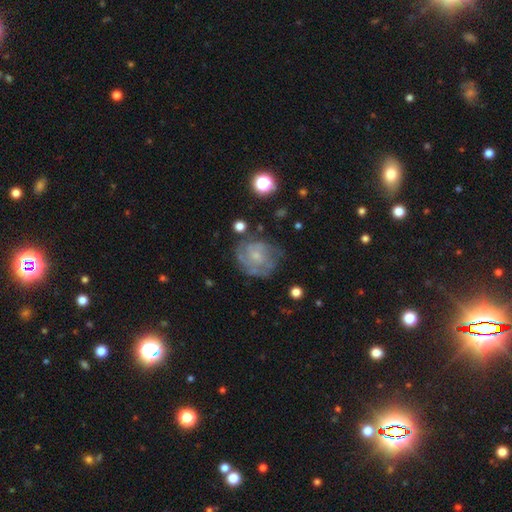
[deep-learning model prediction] Smooth or featured? featured or disk (74%)
Edge-on disk? no (98%)
Bar? no (72%)
Spiral arms? yes (85%)
Spiral winding? tight (56%)
Spiral arm count? can't tell (41%)
Bulge size? small (68%)
Merging? none (63%)